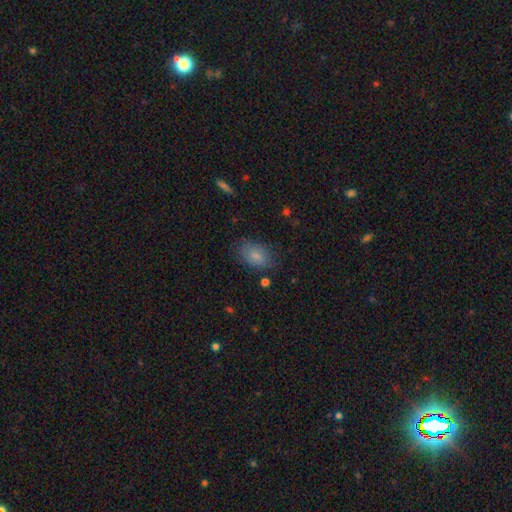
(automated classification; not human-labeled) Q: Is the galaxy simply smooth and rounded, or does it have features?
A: smooth — 84%.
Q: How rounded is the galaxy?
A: in between — 88%.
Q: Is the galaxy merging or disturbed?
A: none — 77%.